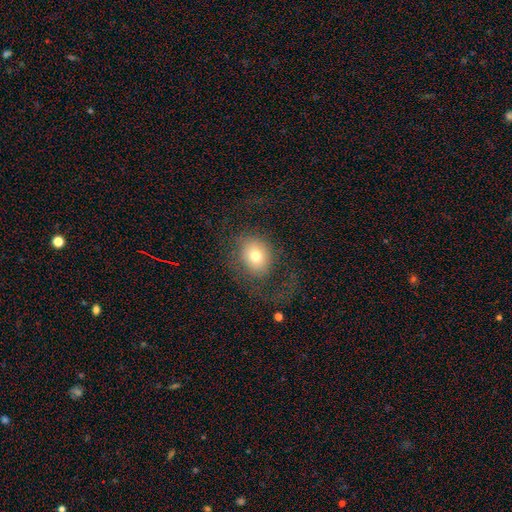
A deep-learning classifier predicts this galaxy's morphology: Q: Smooth or featured?
A: smooth (68%); runner-up: featured or disk (21%)
Q: How rounded?
A: round (63%); runner-up: in between (36%)
Q: Merging?
A: none (49%); runner-up: major disturbance (34%)